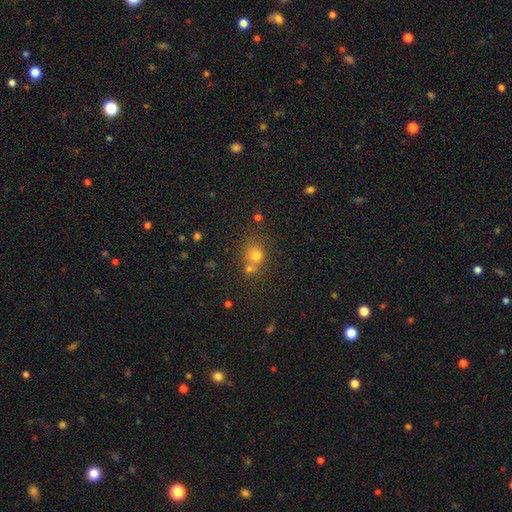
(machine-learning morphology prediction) smooth-or-featured: smooth: 70% | star or artifact: 19% | featured or disk: 11%
  how-rounded: round: 77% | in between: 22% | cigar-shaped: 1%
  merging: none: 51% | merger: 34% | minor disturbance: 10% | major disturbance: 4%